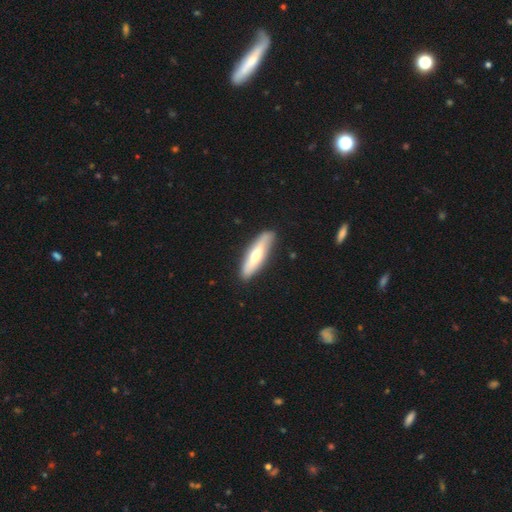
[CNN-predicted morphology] A smooth galaxy with no disk features (52%) that is cigar-shaped (70%). Merging: none (87%).